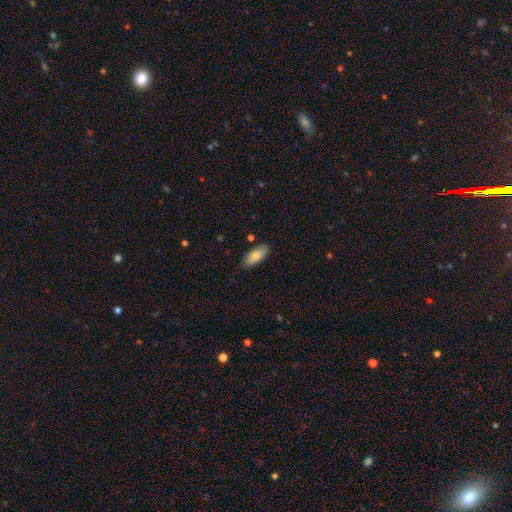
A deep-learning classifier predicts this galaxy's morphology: smooth 82%, featured or disk 12%, star or artifact 6%. Down the decision tree: how rounded — in between (89%); merging — none (84%).